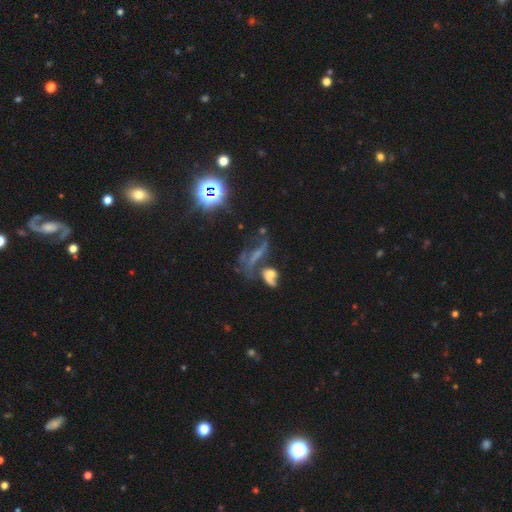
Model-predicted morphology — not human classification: This appears to be a featured or disk galaxy (42%). Merging: merger (32%).